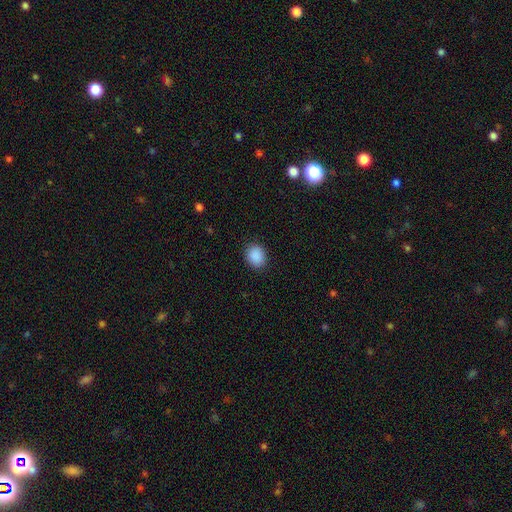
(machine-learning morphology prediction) type=smooth (90%); roundness=round (50%); merging=none (89%).